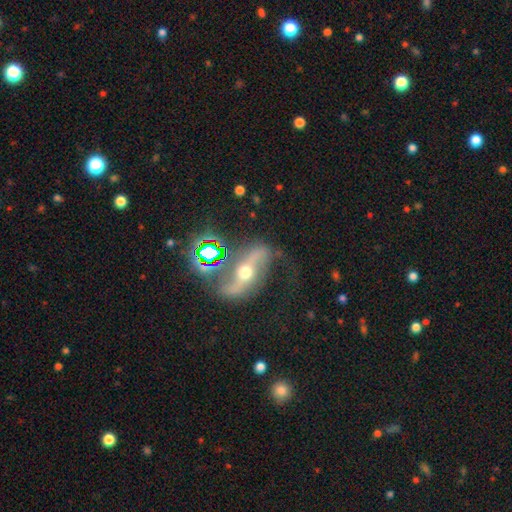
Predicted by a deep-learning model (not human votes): A featured or disk galaxy (77%) with a strong bar (43%), 2 (92%) loose (77%) spiral arms (89%) and a moderate central bulge (73%).

Vote fractions:
- Smooth or featured? featured or disk: 77% / star or artifact: 12% / smooth: 11%
- Edge-on disk? no: 89% / yes: 11%
- Bar? strong: 43% / no: 35% / weak: 22%
- Spiral arms? yes: 89% / no: 11%
- Spiral winding? loose: 77% / medium: 17% / tight: 6%
- Spiral arm count? 2: 92% / 1: 3% / can't tell: 2% / 3: 1% / 4: 1% / more than 4: 1%
- Bulge size? moderate: 73% / small: 16% / large: 8% / dominant: 2% / none: 1%
- Merging? none: 66% / minor disturbance: 17% / major disturbance: 11% / merger: 5%